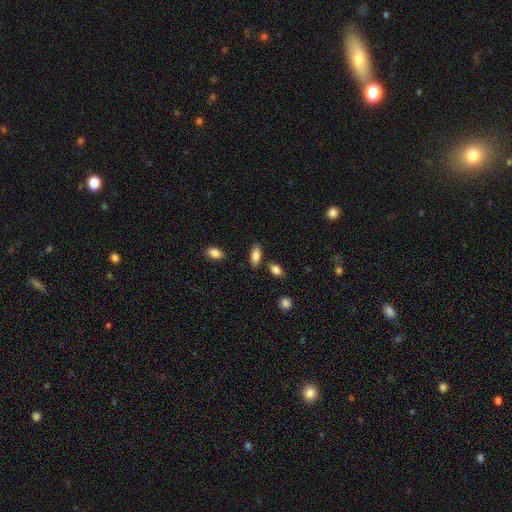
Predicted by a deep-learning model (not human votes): smooth-or-featured: smooth: 85% | featured or disk: 8% | star or artifact: 7%
  how-rounded: in between: 87% | cigar-shaped: 10% | round: 3%
  merging: none: 80% | minor disturbance: 11% | merger: 6% | major disturbance: 3%